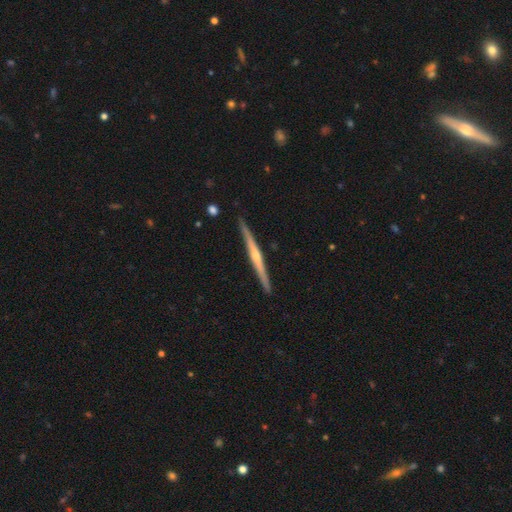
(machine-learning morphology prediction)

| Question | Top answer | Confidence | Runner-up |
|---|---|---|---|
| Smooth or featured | featured or disk | 76% | smooth (20%) |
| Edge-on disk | yes | 98% | no (2%) |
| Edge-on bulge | rounded | 69% | none (25%) |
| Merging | none | 91% | minor disturbance (7%) |